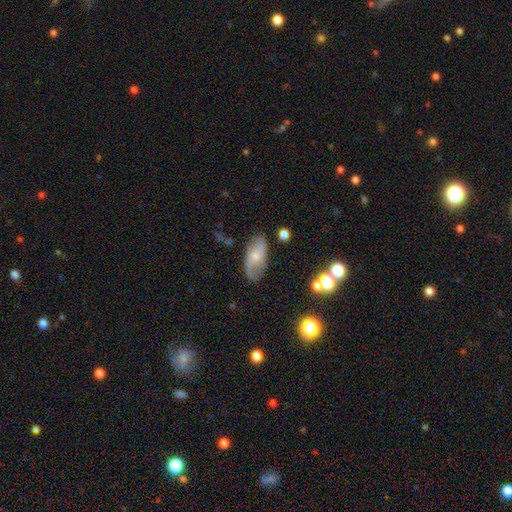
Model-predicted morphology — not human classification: The model was most divided on "smooth or featured": featured or disk: 49%, smooth: 43%, star or artifact: 8%. More confident: merging — none (73%).